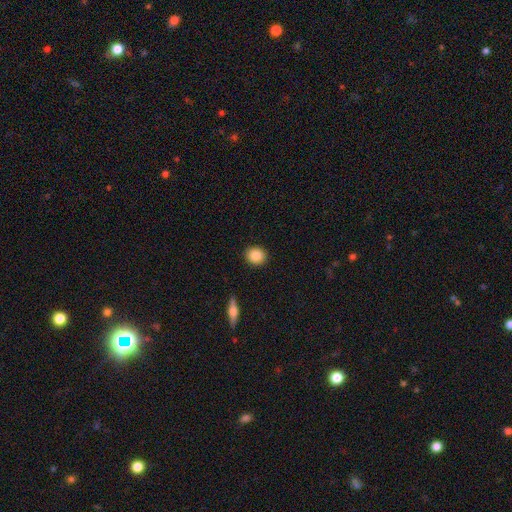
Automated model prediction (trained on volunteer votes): This appears to be a smooth galaxy with no disk features (87%) that is round (78%). Merging: none (91%).